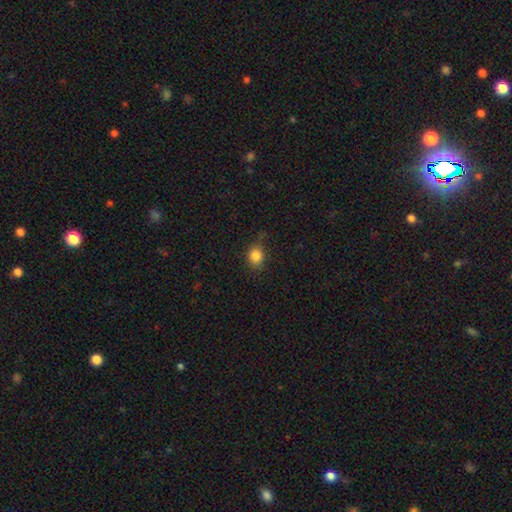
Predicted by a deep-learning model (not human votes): Smooth or featured?
  - smooth: 84% *
  - star or artifact: 11%
  - featured or disk: 5%
How rounded?
  - round: 73% *
  - in between: 25%
  - cigar-shaped: 1%
Merging?
  - none: 73% *
  - minor disturbance: 19%
  - major disturbance: 6%
  - merger: 2%